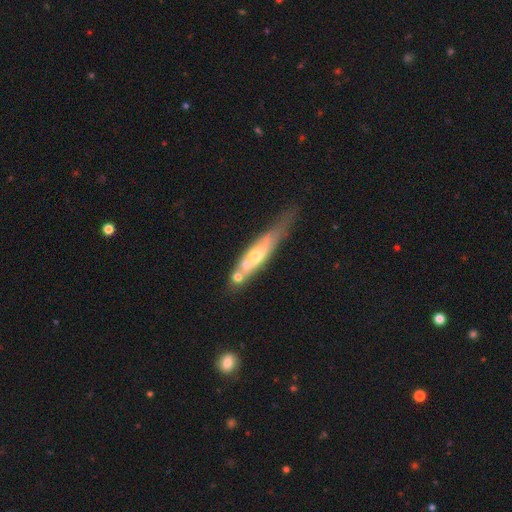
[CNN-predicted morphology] smooth_or_featured: featured or disk (p=0.58) [alt: smooth p=0.35]
disk_edge_on: yes (p=0.66) [alt: no p=0.34]
merging: none (p=0.44) [alt: minor disturbance p=0.25]